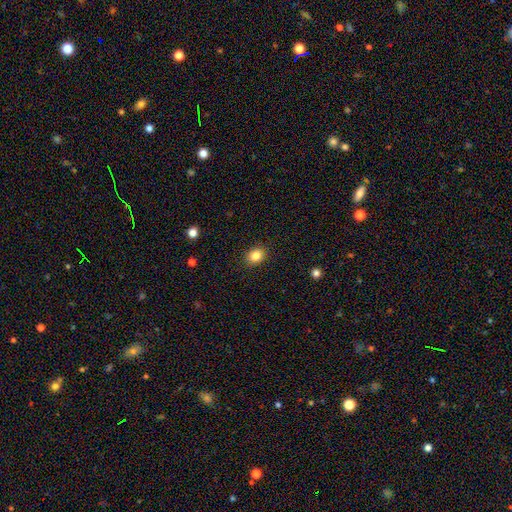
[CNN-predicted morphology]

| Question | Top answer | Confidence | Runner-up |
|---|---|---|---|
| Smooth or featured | smooth | 84% | star or artifact (10%) |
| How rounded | in between | 51% | round (48%) |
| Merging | none | 90% | minor disturbance (7%) |